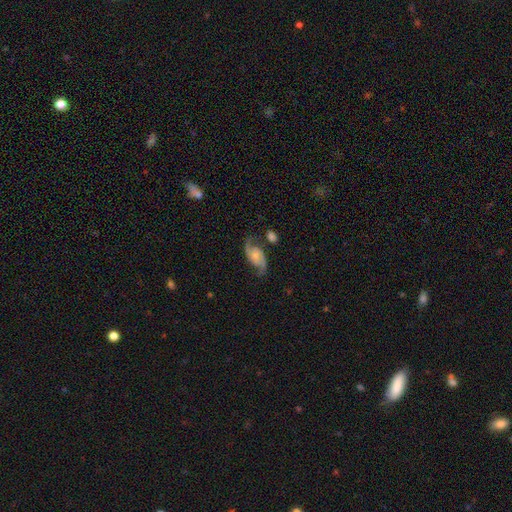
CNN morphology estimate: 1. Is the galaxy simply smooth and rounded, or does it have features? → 85% featured or disk, 9% smooth, 6% star or artifact.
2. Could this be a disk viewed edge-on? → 97% no, 3% yes.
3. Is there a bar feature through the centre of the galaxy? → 68% no, 26% weak, 6% strong.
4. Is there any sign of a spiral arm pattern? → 97% yes, 3% no.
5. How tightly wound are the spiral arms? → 48% loose, 40% medium, 12% tight.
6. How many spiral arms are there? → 93% 2, 2% can't tell, 2% 1, 1% 3, 1% 4, 1% more than 4.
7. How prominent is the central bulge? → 52% small, 32% moderate, 9% none, 4% large, 2% dominant.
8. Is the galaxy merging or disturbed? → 69% none, 17% minor disturbance, 8% major disturbance, 7% merger.